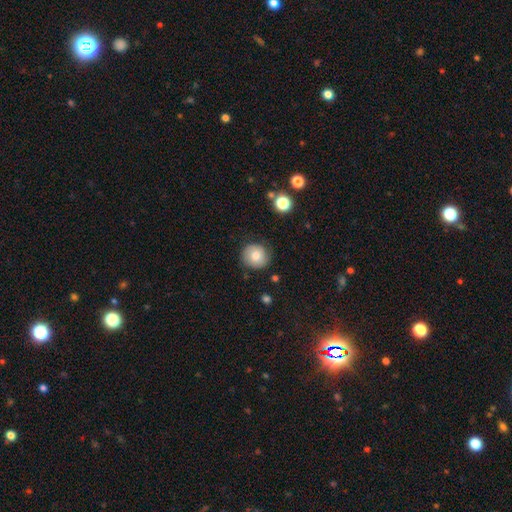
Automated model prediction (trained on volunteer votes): smooth_or_featured: smooth (p=0.74) [alt: featured or disk p=0.17]
how_rounded: round (p=0.91) [alt: in between p=0.08]
merging: none (p=0.79) [alt: minor disturbance p=0.15]